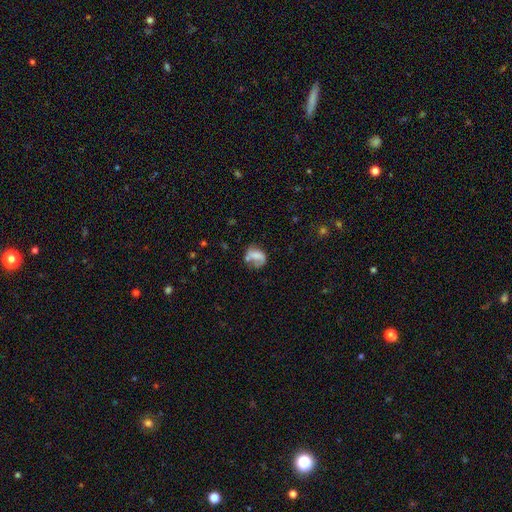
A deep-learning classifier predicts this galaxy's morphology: The model was most divided on "merging": none: 37%, minor disturbance: 26%, major disturbance: 24%, merger: 13%. More confident: how rounded — in between (60%); smooth or featured — smooth (56%).